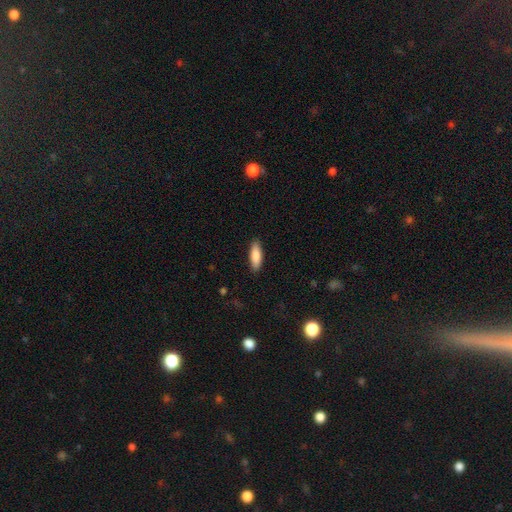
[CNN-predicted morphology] Smooth or featured? Predicted: smooth (p=0.86). How rounded? Predicted: in between (p=0.55). Merging? Predicted: none (p=0.88).